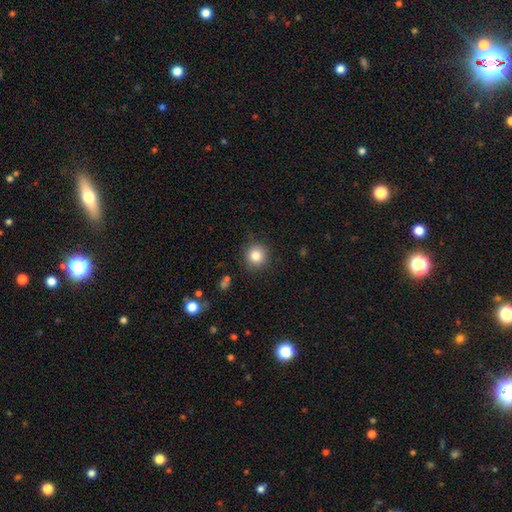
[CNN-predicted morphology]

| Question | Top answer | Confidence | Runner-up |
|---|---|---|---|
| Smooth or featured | smooth | 84% | star or artifact (10%) |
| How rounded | round | 93% | in between (6%) |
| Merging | none | 87% | minor disturbance (9%) |